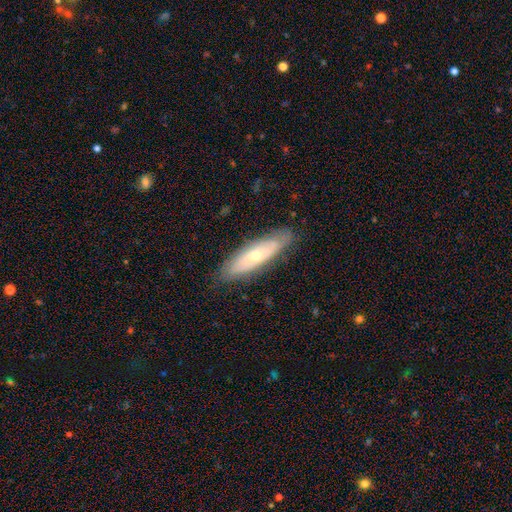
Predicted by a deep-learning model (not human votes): smooth_or_featured: featured or disk (p=0.53) [alt: smooth p=0.40]
disk_edge_on: no (p=0.62) [alt: yes p=0.38]
merging: none (p=0.82) [alt: minor disturbance p=0.14]